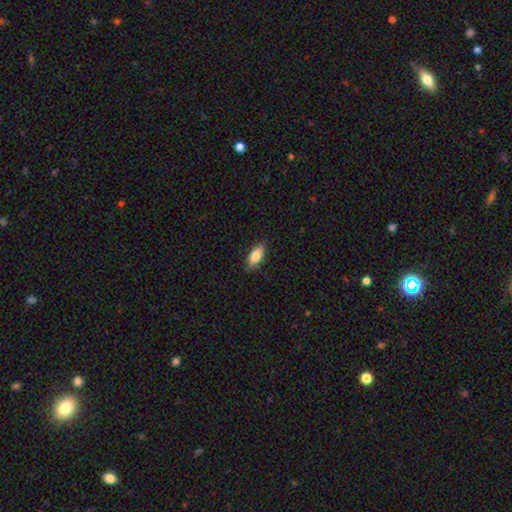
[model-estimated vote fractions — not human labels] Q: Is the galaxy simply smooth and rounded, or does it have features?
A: smooth — 83%.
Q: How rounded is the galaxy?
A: in between — 82%.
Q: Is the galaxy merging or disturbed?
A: none — 87%.